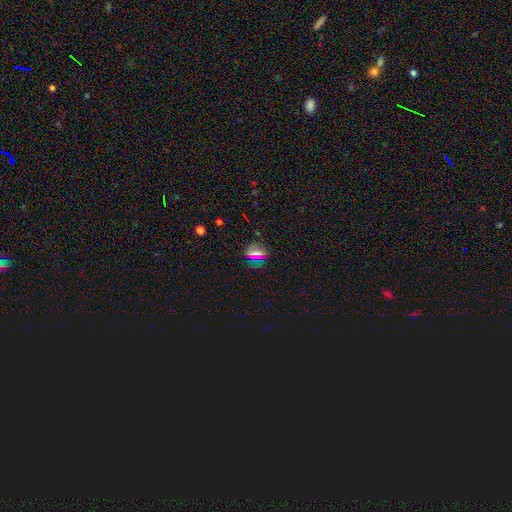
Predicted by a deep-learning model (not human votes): A smooth galaxy with no disk features (48%). Merging: none (85%).